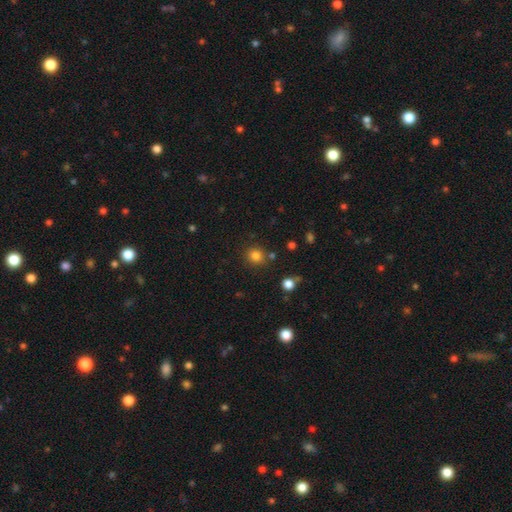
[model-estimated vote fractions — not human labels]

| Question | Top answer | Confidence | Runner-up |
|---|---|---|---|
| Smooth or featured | smooth | 81% | star or artifact (14%) |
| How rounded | round | 90% | in between (9%) |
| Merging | none | 83% | minor disturbance (8%) |